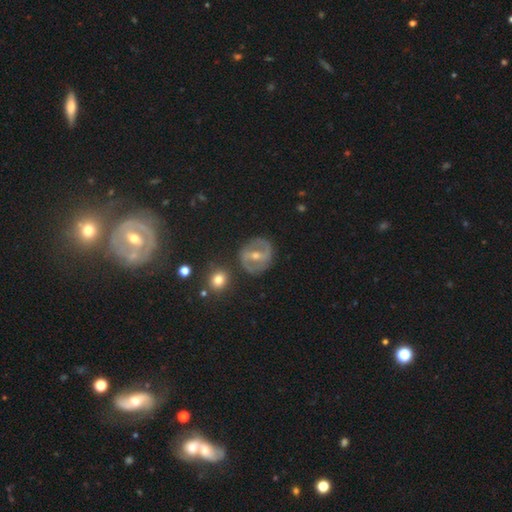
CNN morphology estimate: Smooth or featured? featured or disk (71%)
Edge-on disk? no (95%)
Bar? strong (49%)
Spiral arms? yes (68%)
Bulge size? moderate (57%)
Merging? none (81%)